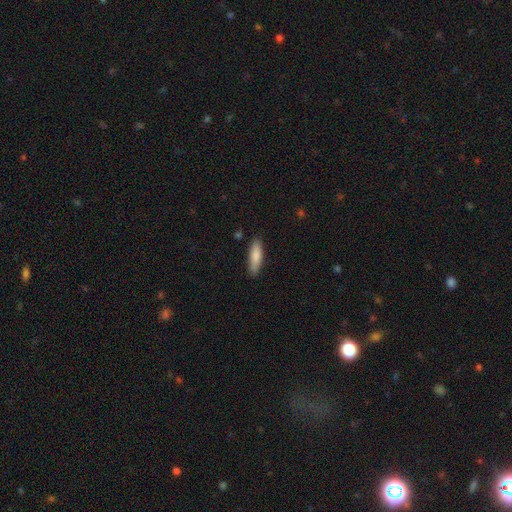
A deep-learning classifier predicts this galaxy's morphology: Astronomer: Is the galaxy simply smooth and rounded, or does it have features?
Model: smooth — 84%.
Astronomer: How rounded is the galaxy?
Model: cigar-shaped — 61% (runner-up: in between, 38%).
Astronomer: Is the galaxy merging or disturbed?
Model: none — 86%.